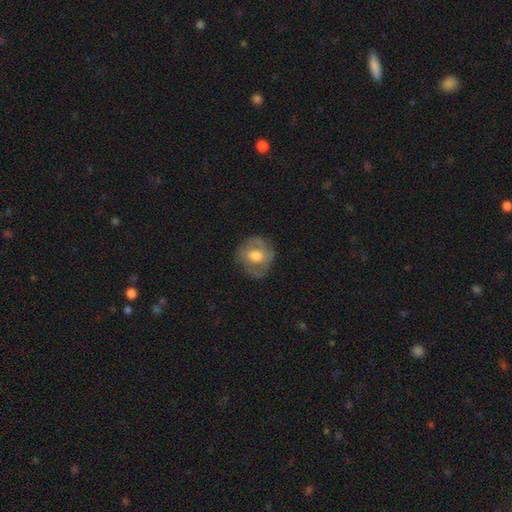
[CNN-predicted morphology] featured or disk 53%, smooth 39%, star or artifact 8%. Down the decision tree: edge-on disk — no (96%); bar — no (68%); spiral arms — yes (61%); bulge size — moderate (64%); merging — none (70%).